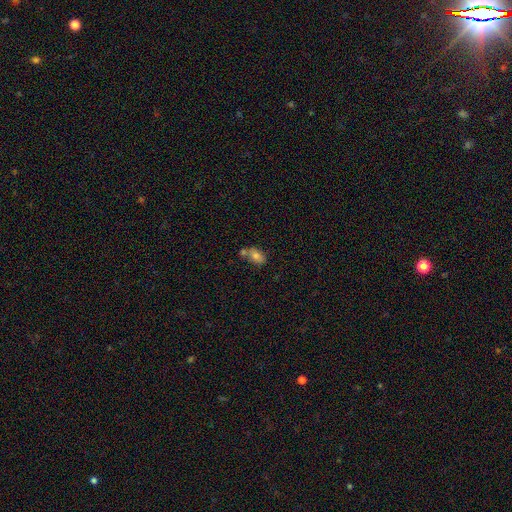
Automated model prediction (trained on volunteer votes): Smooth or featured: smooth — 74% (featured or disk — 16%)
How rounded: in between — 83% (round — 14%)
Merging: none — 45% (merger — 35%)